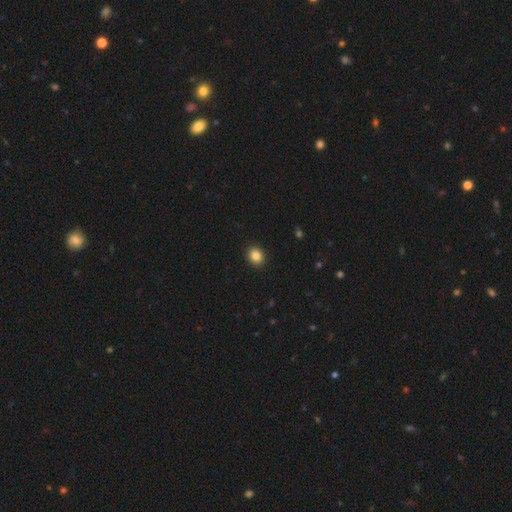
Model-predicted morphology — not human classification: Smooth or featured?
  - smooth: 85% *
  - star or artifact: 10%
  - featured or disk: 5%
How rounded?
  - round: 63% *
  - in between: 36%
  - cigar-shaped: 1%
Merging?
  - none: 91% *
  - minor disturbance: 6%
  - major disturbance: 2%
  - merger: 1%